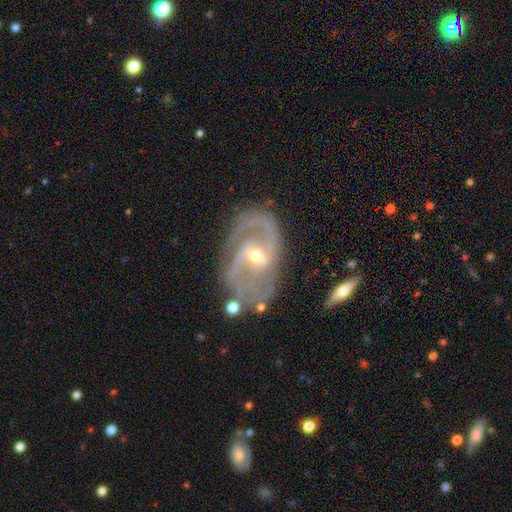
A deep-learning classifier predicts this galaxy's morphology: A featured or disk galaxy (90%) with a weak bar (47%), 2 (77%) medium (54%) spiral arms (97%) and a small central bulge (52%).

Vote fractions:
- Smooth or featured? featured or disk: 90% / star or artifact: 5% / smooth: 4%
- Edge-on disk? no: 97% / yes: 3%
- Bar? weak: 47% / no: 28% / strong: 25%
- Spiral arms? yes: 97% / no: 3%
- Spiral winding? medium: 54% / tight: 27% / loose: 19%
- Spiral arm count? 2: 77% / 3: 9% / can't tell: 6% / 1: 3% / 4: 2% / more than 4: 2%
- Bulge size? small: 52% / moderate: 45% / large: 2% / none: 1% / dominant: 1%
- Merging? none: 68% / minor disturbance: 20% / major disturbance: 9% / merger: 4%